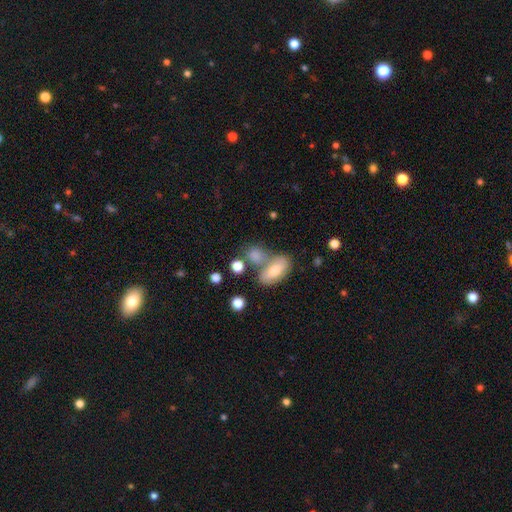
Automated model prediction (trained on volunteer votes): Smooth or featured: smooth — 77% (featured or disk — 12%)
How rounded: in between — 54% (round — 41%)
Merging: none — 45% (merger — 36%)